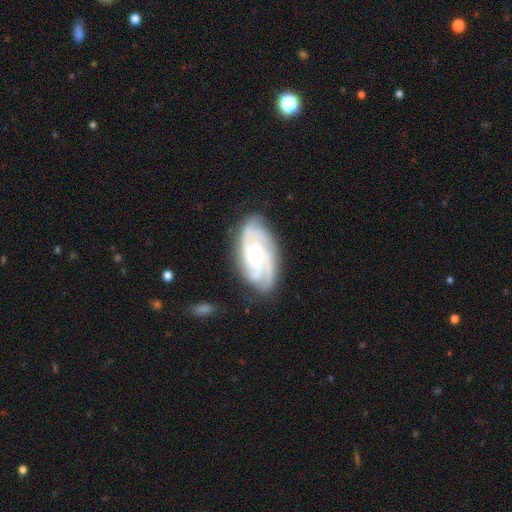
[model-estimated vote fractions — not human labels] Smooth or featured? Predicted: featured or disk (p=0.84). Edge-on disk? Predicted: no (p=0.95). Bar? Predicted: no (p=0.61). Spiral arms? Predicted: yes (p=0.97). Spiral winding? Predicted: tight (p=0.59). Spiral arm count? Predicted: 3 (p=0.35). Bulge size? Predicted: small (p=0.55). Merging? Predicted: none (p=0.75).